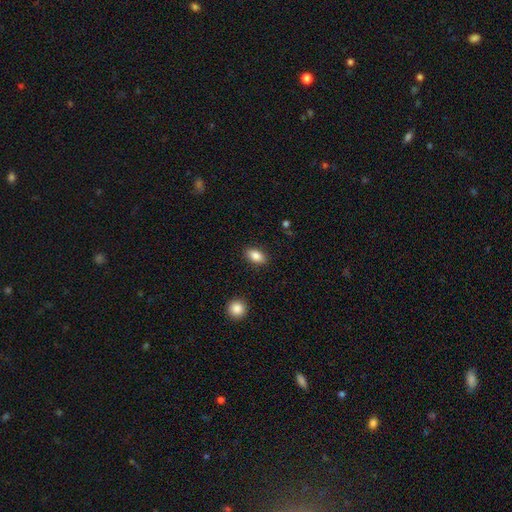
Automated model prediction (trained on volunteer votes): smooth-or-featured: smooth: 87% | star or artifact: 8% | featured or disk: 5%
  how-rounded: in between: 89% | round: 8% | cigar-shaped: 3%
  merging: none: 88% | minor disturbance: 8% | major disturbance: 2% | merger: 1%